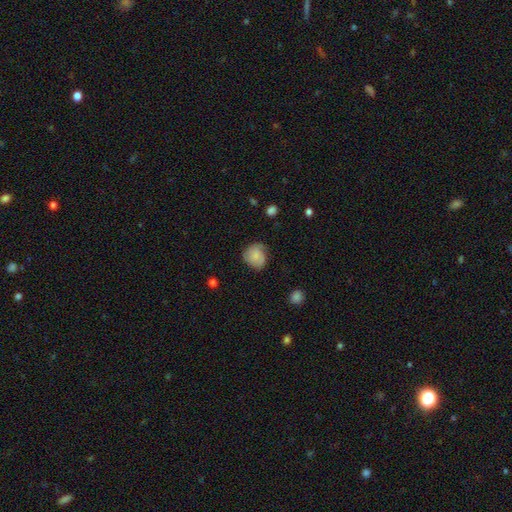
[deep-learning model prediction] Overall: smooth (71%). How rounded: round (75%). Merging: none (59%; minor disturbance 31%).